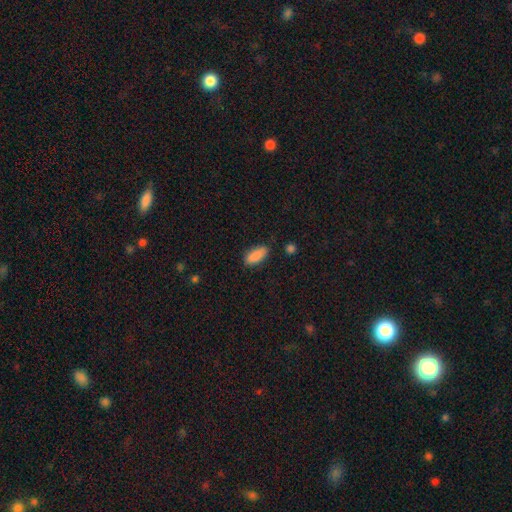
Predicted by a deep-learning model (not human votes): Smooth or featured? smooth (88%)
How rounded? in between (79%)
Merging? none (80%)